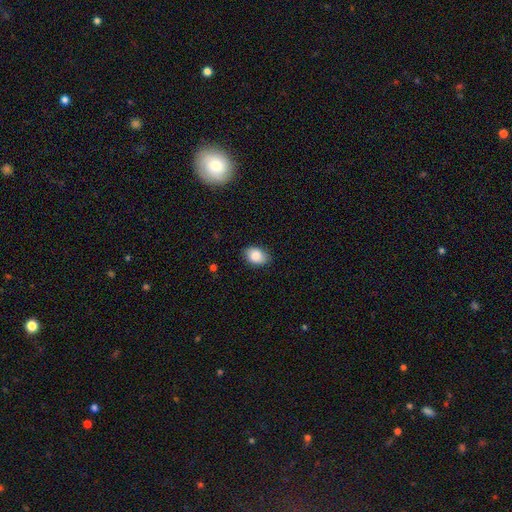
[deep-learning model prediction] Smooth or featured: smooth — 85% (star or artifact — 8%)
How rounded: in between — 80% (round — 19%)
Merging: none — 82% (minor disturbance — 14%)